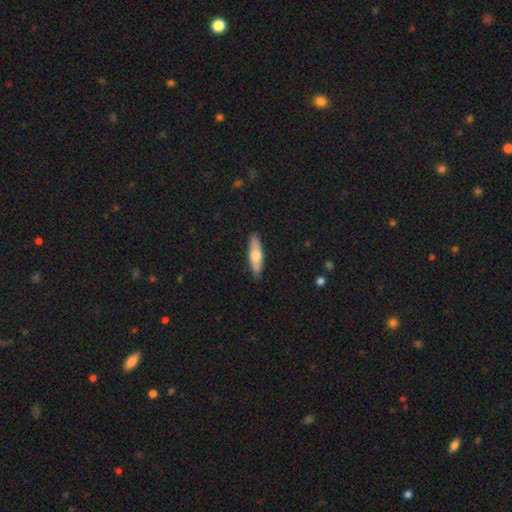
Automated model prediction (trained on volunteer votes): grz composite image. It shows a smooth galaxy with no disk features (57%) that is cigar-shaped (64%). Merging: none (88%).